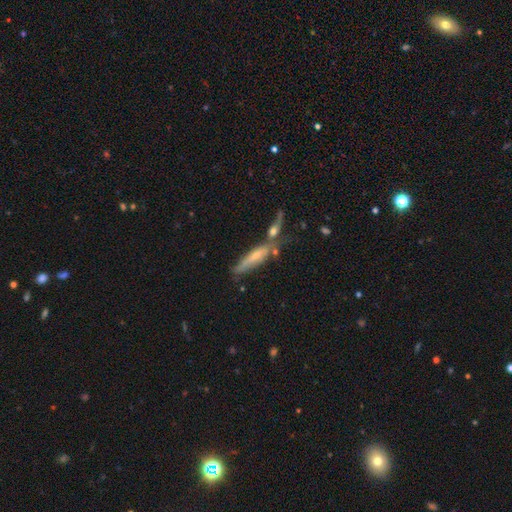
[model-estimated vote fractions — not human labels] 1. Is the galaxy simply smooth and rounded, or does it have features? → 54% featured or disk, 36% smooth, 9% star or artifact.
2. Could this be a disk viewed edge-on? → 79% yes, 21% no.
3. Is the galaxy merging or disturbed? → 49% none, 30% merger, 15% minor disturbance, 6% major disturbance.